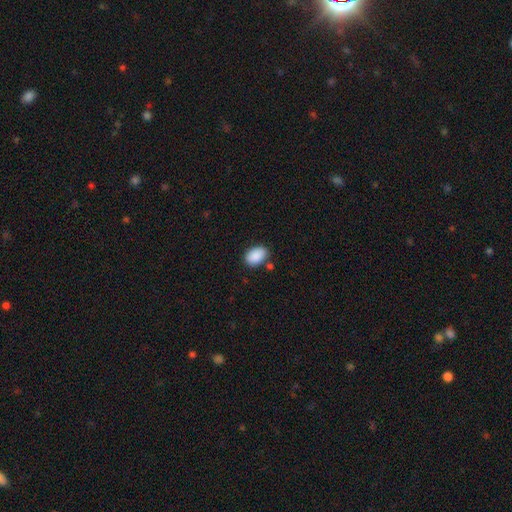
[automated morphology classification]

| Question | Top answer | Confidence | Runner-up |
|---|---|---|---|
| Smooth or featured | smooth | 90% | star or artifact (7%) |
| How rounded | in between | 89% | round (10%) |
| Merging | none | 78% | minor disturbance (14%) |